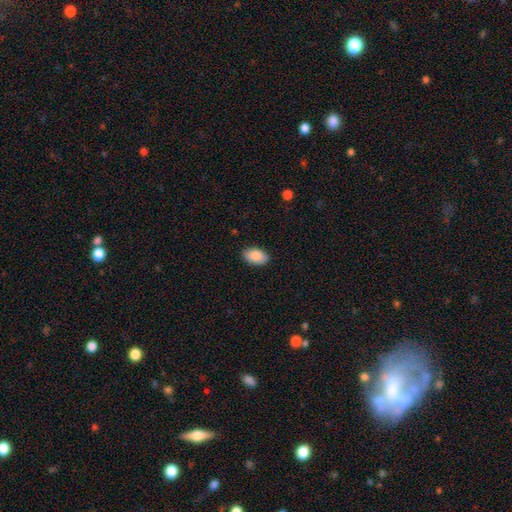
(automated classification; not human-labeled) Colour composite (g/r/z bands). It shows a smooth galaxy with no disk features (88%) that is in between round and cigar-shaped (93%). Merging: none (87%).